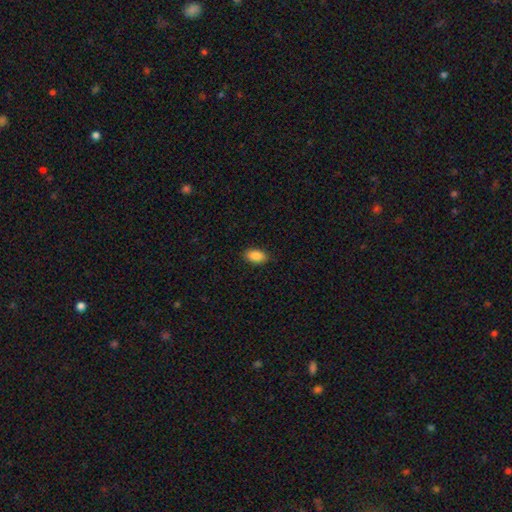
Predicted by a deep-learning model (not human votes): smooth-or-featured: smooth: 88% | star or artifact: 7% | featured or disk: 4%
  how-rounded: in between: 93% | round: 4% | cigar-shaped: 3%
  merging: none: 88% | minor disturbance: 9% | major disturbance: 2% | merger: 1%